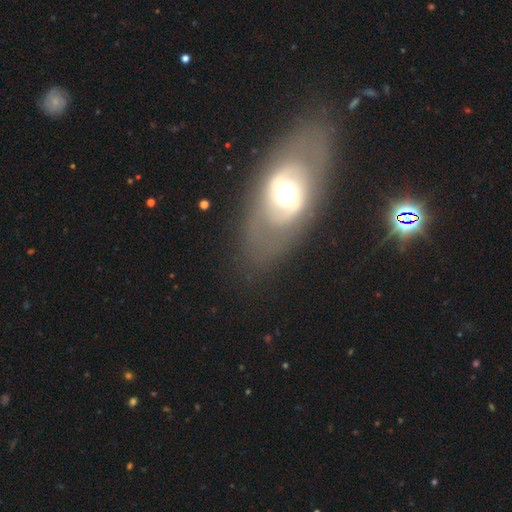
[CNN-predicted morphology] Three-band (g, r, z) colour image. It shows a featured or disk galaxy (64%) with no bar (64%), no spiral arms (71%) and a moderate central bulge (57%). Merging: none (79%).